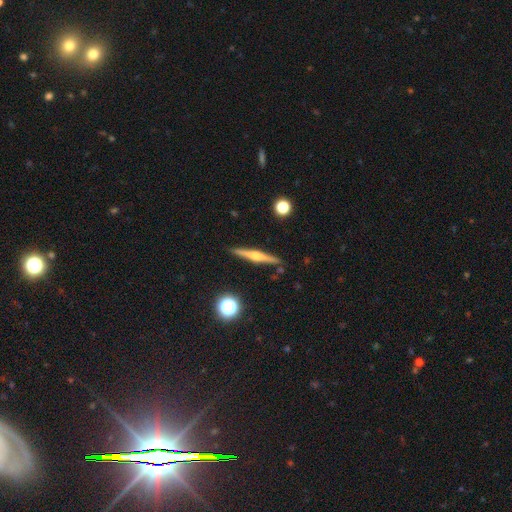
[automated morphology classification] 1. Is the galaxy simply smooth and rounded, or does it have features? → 73% featured or disk, 20% smooth, 7% star or artifact.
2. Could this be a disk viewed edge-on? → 98% yes, 2% no.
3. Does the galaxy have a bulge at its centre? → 90% rounded, 5% boxy, 5% none.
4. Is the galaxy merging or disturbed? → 90% none, 7% minor disturbance, 2% merger, 1% major disturbance.